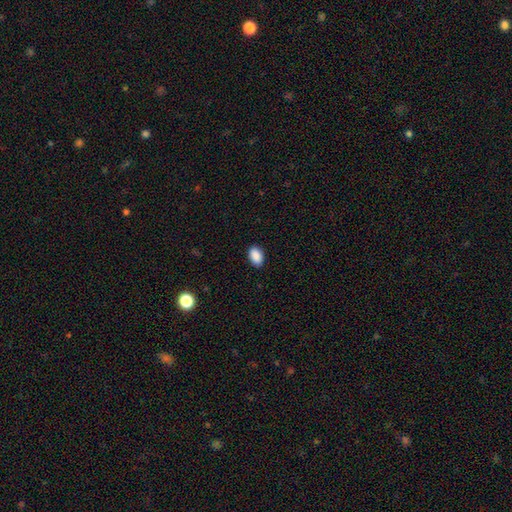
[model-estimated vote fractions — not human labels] A smooth galaxy with no disk features (90%) that is in between round and cigar-shaped (90%). Merging: none (88%).